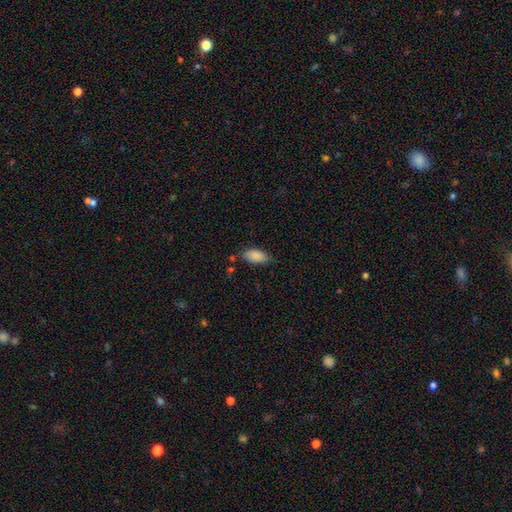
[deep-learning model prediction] Morphology: type=smooth (87%); roundness=in between (91%); merging=none (69%).